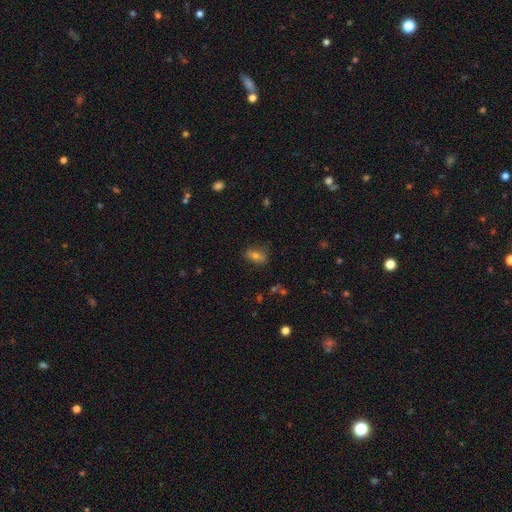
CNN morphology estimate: The model was most divided on "smooth or featured": smooth: 64%, featured or disk: 20%, star or artifact: 16%. More confident: merging — none (79%); how rounded — in between (77%).